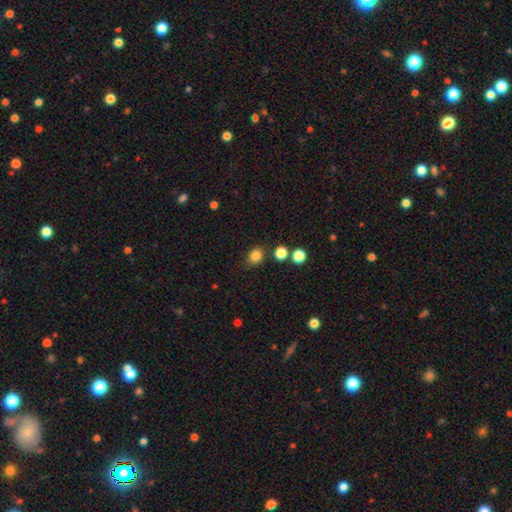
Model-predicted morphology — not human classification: Q: Smooth or featured?
A: smooth (83%); runner-up: star or artifact (12%)
Q: How rounded?
A: round (57%); runner-up: in between (42%)
Q: Merging?
A: none (79%); runner-up: minor disturbance (12%)